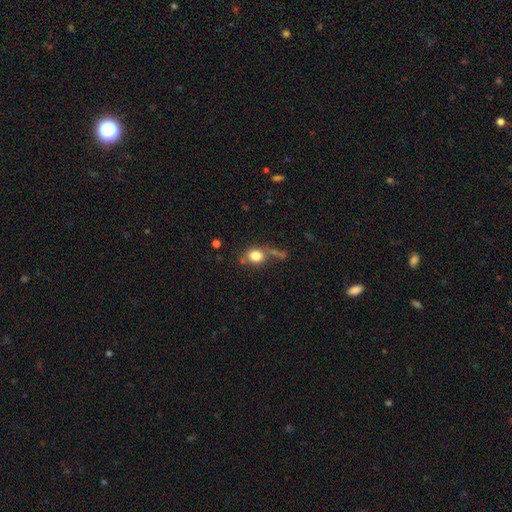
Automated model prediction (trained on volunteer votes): A smooth galaxy with no disk features (80%) that is round (61%).

Vote fractions:
- Smooth or featured? smooth: 80% / star or artifact: 10% / featured or disk: 10%
- How rounded? round: 61% / in between: 38% / cigar-shaped: 2%
- Merging? none: 58% / minor disturbance: 18% / merger: 14% / major disturbance: 10%